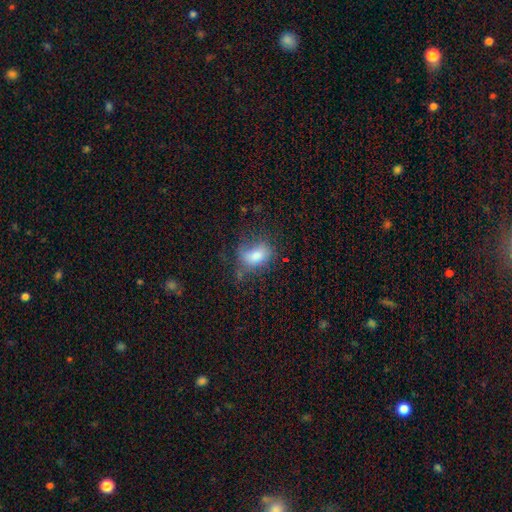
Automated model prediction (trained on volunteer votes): Morphology: type=smooth (74%); roundness=in between (82%); merging=none (48%).